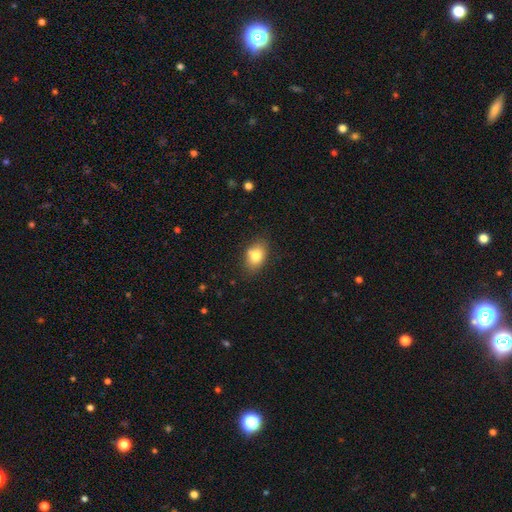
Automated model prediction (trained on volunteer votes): Smooth or featured: smooth — 80% (featured or disk — 11%)
How rounded: in between — 80% (round — 18%)
Merging: none — 77% (minor disturbance — 17%)